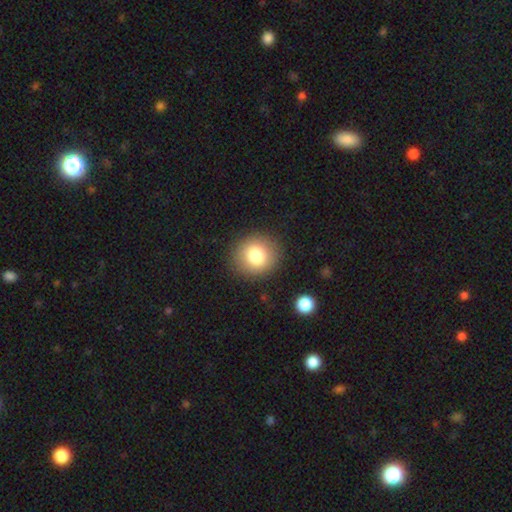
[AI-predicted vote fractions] Smooth or featured?
  - smooth: 80% *
  - star or artifact: 11%
  - featured or disk: 9%
How rounded?
  - round: 88% *
  - in between: 11%
  - cigar-shaped: 1%
Merging?
  - none: 89% *
  - minor disturbance: 7%
  - major disturbance: 3%
  - merger: 1%